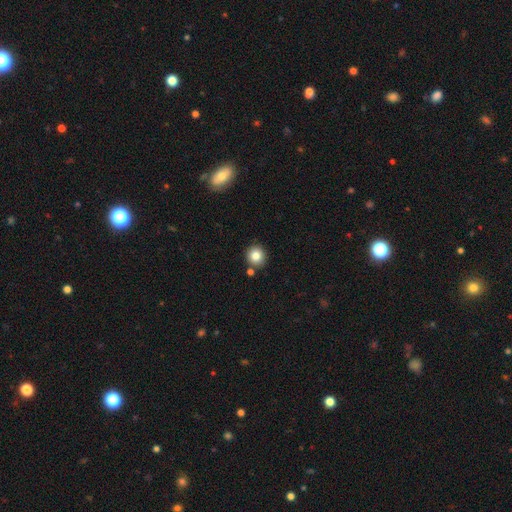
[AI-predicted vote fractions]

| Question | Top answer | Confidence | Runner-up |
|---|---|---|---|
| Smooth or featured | smooth | 83% | star or artifact (10%) |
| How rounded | round | 91% | in between (8%) |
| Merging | none | 82% | merger (9%) |